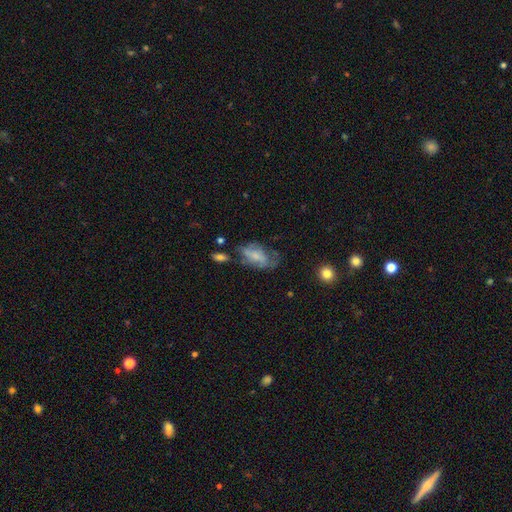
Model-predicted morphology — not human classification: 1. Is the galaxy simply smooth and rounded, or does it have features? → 46% featured or disk, 45% smooth, 9% star or artifact.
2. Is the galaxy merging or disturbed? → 38% none, 29% minor disturbance, 27% major disturbance, 6% merger.